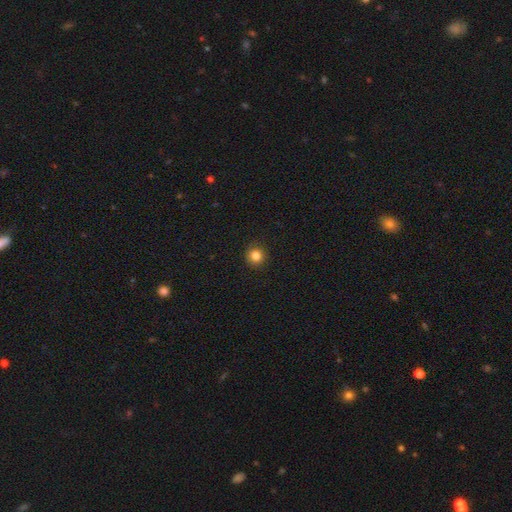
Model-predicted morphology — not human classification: A smooth galaxy with no disk features (83%) that is round (90%).

Vote fractions:
- Smooth or featured? smooth: 83% / star or artifact: 11% / featured or disk: 5%
- How rounded? round: 90% / in between: 9% / cigar-shaped: 1%
- Merging? none: 90% / minor disturbance: 7% / major disturbance: 2% / merger: 1%